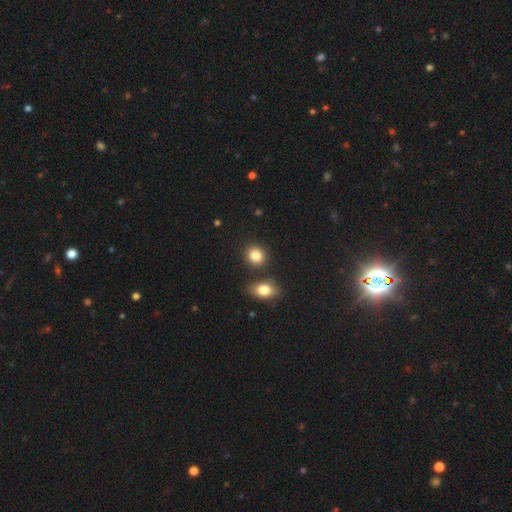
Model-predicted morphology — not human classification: Smooth or featured?
  - smooth: 85% *
  - star or artifact: 9%
  - featured or disk: 6%
How rounded?
  - round: 74% *
  - in between: 25%
  - cigar-shaped: 1%
Merging?
  - none: 81% *
  - merger: 8%
  - minor disturbance: 8%
  - major disturbance: 3%